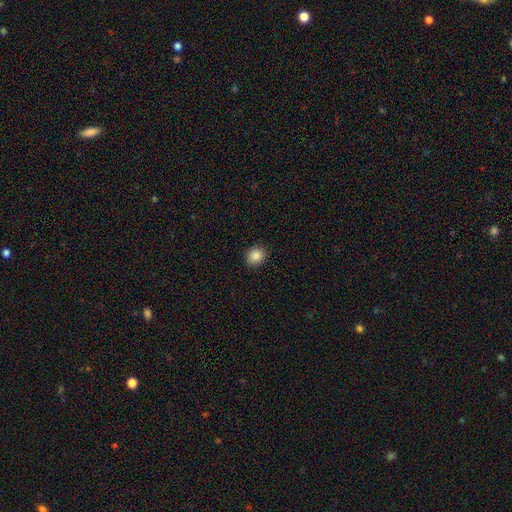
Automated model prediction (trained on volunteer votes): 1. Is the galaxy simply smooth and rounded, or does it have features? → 87% smooth, 10% star or artifact, 4% featured or disk.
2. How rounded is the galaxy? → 68% round, 31% in between, 1% cigar-shaped.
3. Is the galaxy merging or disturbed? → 91% none, 7% minor disturbance, 2% major disturbance, 1% merger.